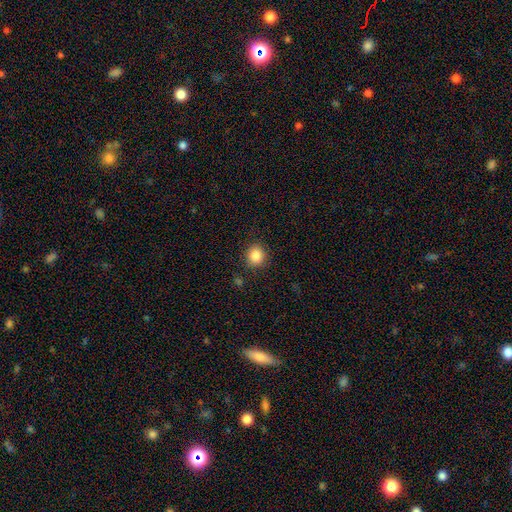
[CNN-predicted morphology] Smooth or featured? Predicted: smooth (p=0.85). How rounded? Predicted: round (p=0.83). Merging? Predicted: none (p=0.88).